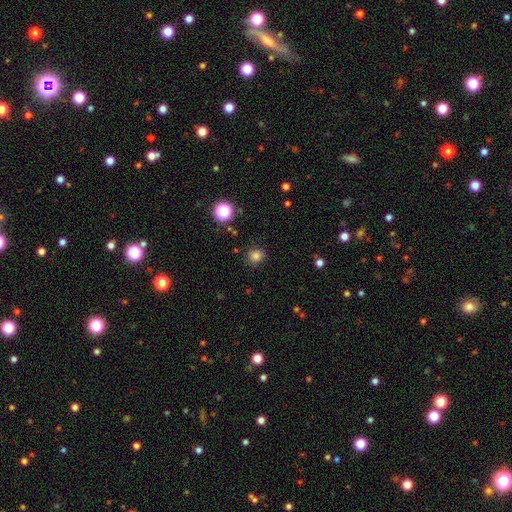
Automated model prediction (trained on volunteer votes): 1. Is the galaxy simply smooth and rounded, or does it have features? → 80% smooth, 15% star or artifact, 5% featured or disk.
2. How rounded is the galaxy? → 82% round, 17% in between, 1% cigar-shaped.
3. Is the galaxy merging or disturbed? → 84% none, 12% minor disturbance, 3% major disturbance, 1% merger.